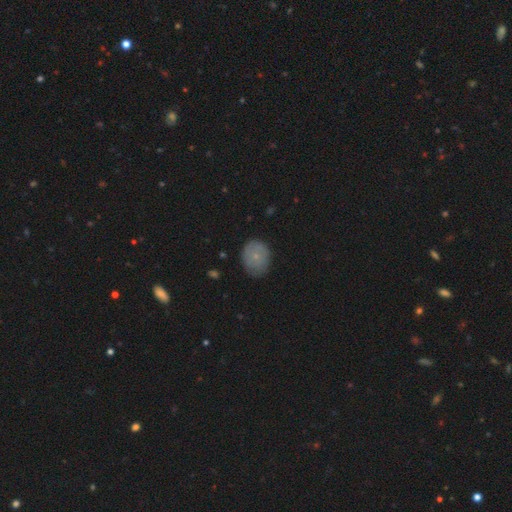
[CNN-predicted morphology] Overall: smooth (72%). How rounded: round (56%; in between 43%). Merging: none (77%).